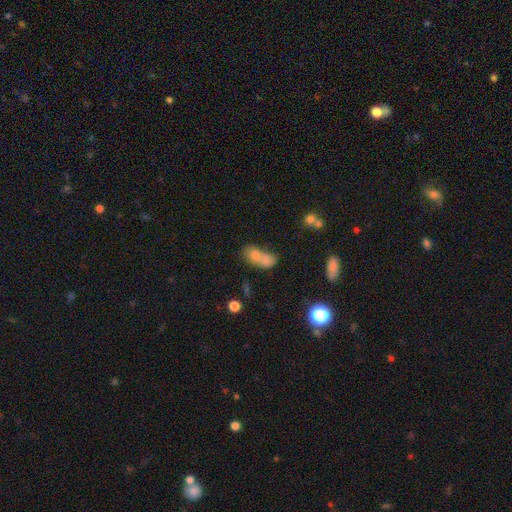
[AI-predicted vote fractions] The model was most divided on "how rounded": in between: 68%, round: 28%, cigar-shaped: 5%. More confident: merging — merger (66%); smooth or featured — smooth (66%).